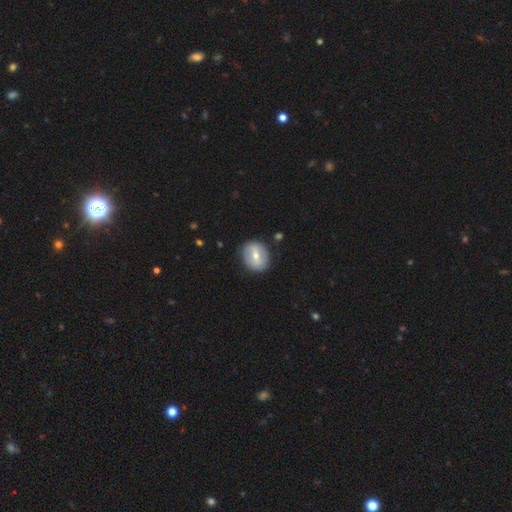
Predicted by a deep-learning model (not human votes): Smooth or featured? smooth (48%)
Merging? none (86%)